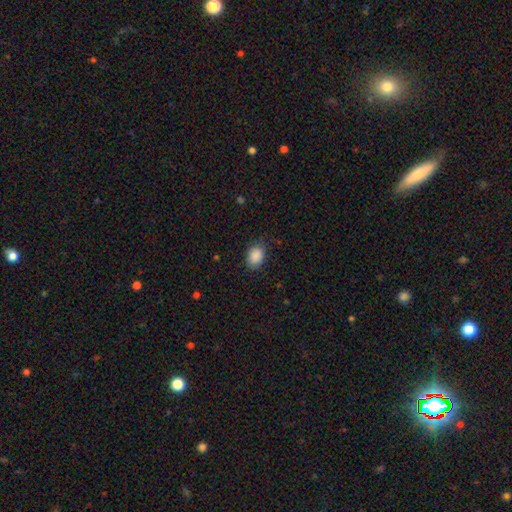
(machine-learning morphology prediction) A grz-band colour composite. It shows a smooth galaxy with no disk features (89%) that is in between round and cigar-shaped (72%). Merging: none (80%).